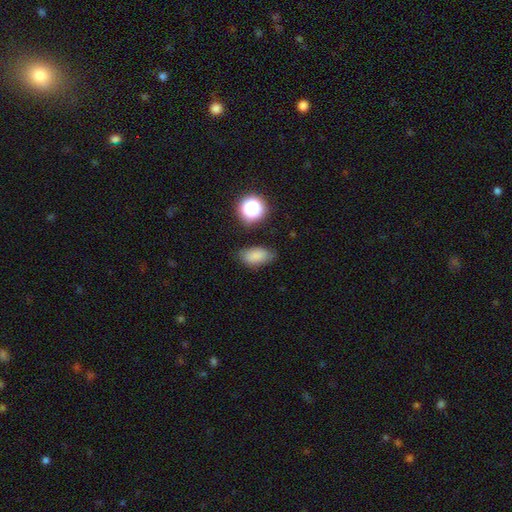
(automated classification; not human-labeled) smooth_or_featured: smooth (p=0.81) [alt: star or artifact p=0.12]
how_rounded: in between (p=0.88) [alt: round p=0.09]
merging: none (p=0.77) [alt: minor disturbance p=0.17]